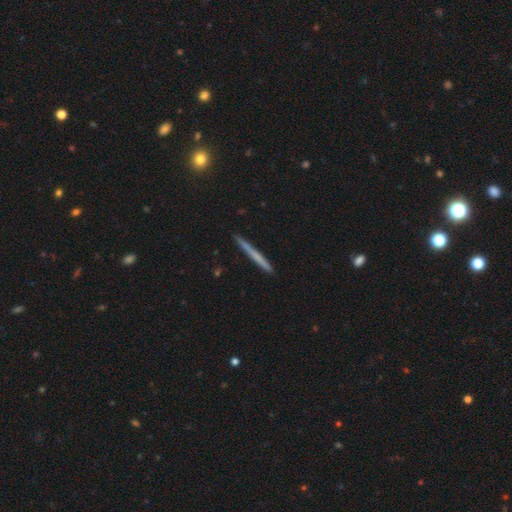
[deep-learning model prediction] smooth 56%, featured or disk 39%, star or artifact 5%. Down the decision tree: how rounded — cigar-shaped (97%); merging — none (91%).